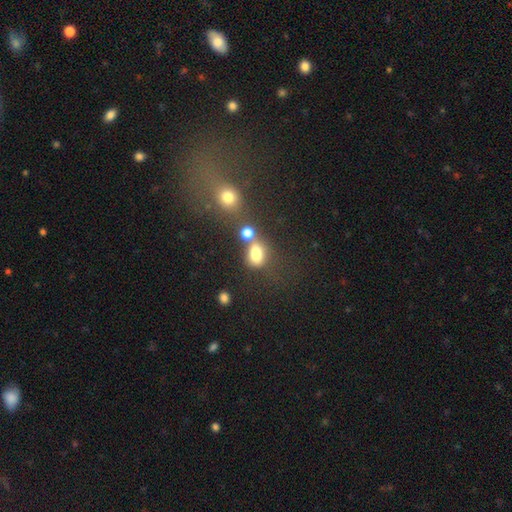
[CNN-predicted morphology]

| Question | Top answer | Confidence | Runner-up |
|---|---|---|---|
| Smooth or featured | smooth | 74% | star or artifact (16%) |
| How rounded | in between | 67% | round (30%) |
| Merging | none | 38% | merger (36%) |